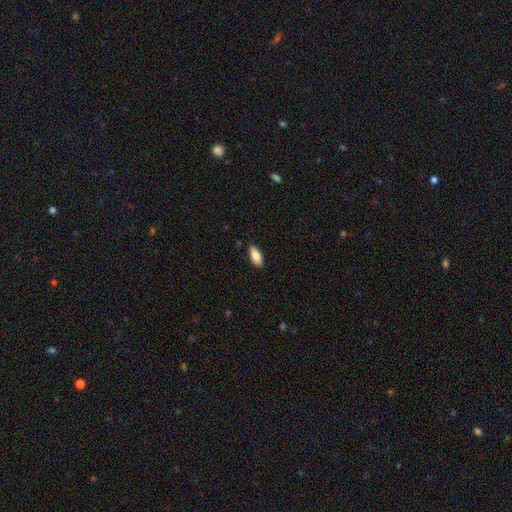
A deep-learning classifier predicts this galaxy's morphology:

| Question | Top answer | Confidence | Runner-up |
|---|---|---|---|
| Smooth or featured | smooth | 86% | featured or disk (8%) |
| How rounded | in between | 86% | cigar-shaped (12%) |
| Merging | none | 87% | minor disturbance (10%) |